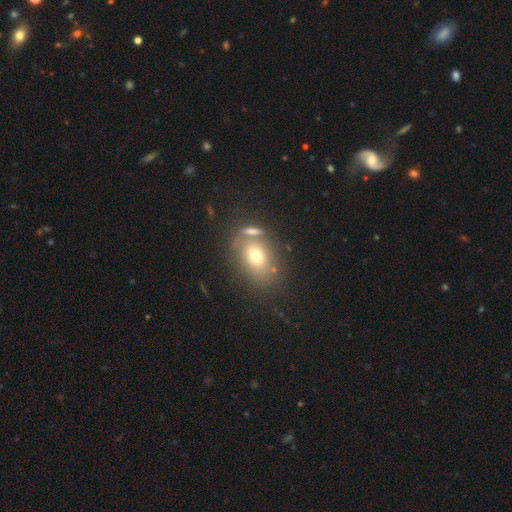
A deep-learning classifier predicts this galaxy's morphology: Smooth or featured? smooth (68%)
How rounded? in between (67%)
Merging? none (59%)